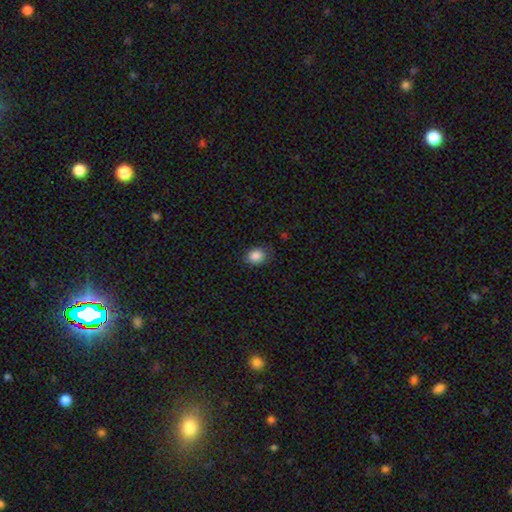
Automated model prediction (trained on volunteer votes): A smooth galaxy with no disk features (87%) that is round (52%). Merging: none (78%).